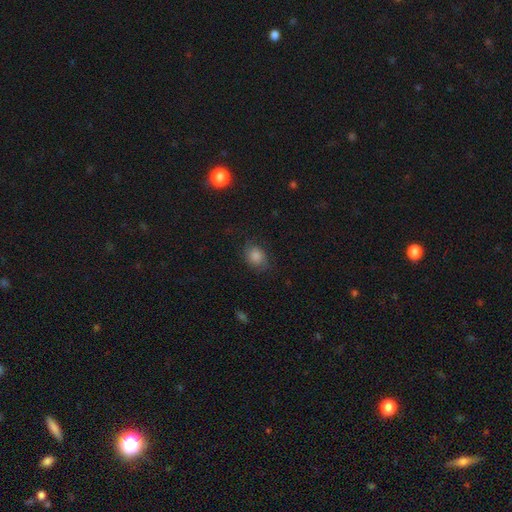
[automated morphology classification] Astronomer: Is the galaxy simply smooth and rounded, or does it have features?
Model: smooth — 68%.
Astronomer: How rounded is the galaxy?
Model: in between — 50% (runner-up: round, 49%).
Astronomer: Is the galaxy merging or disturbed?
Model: none — 71%.